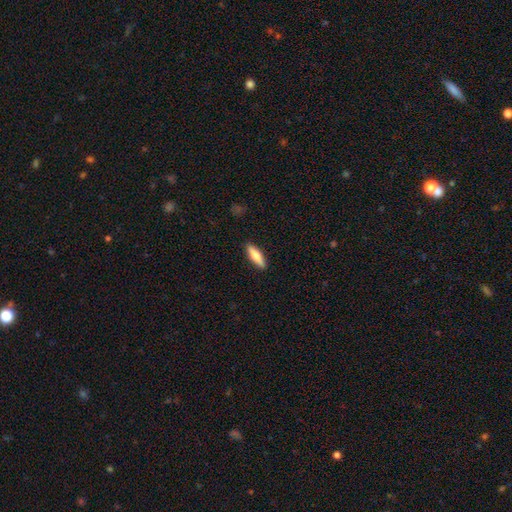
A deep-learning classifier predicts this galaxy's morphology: Q: Smooth or featured?
A: smooth (66%); runner-up: featured or disk (29%)
Q: How rounded?
A: cigar-shaped (58%); runner-up: in between (40%)
Q: Merging?
A: none (90%); runner-up: minor disturbance (7%)